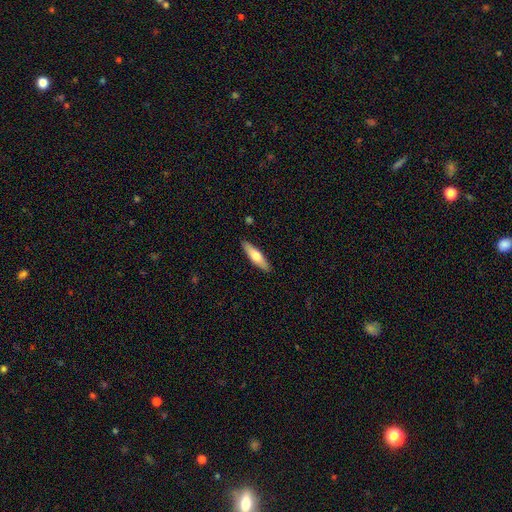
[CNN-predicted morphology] Smooth or featured?
  - smooth: 61% *
  - featured or disk: 33%
  - star or artifact: 5%
How rounded?
  - cigar-shaped: 67% *
  - in between: 31%
  - round: 2%
Merging?
  - none: 90% *
  - minor disturbance: 8%
  - major disturbance: 2%
  - merger: 1%